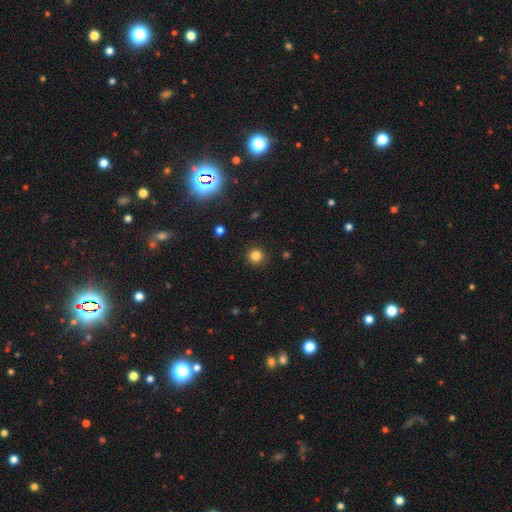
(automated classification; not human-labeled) This appears to be a smooth galaxy with no disk features (82%) that is round (94%). Merging: none (91%).